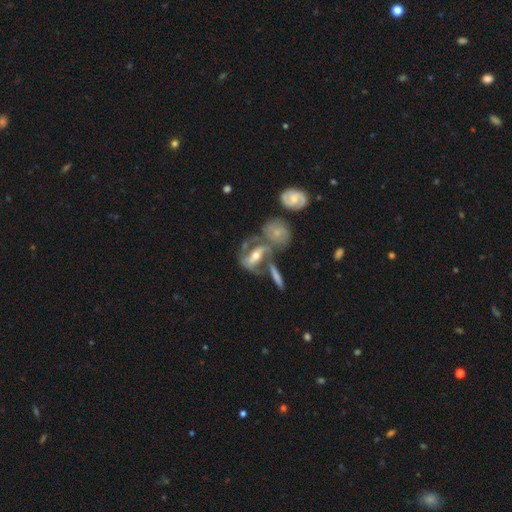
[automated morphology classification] The model was most divided on "bar" (2-way tie): strong: 34%, no: 34%, weak: 33%. Remaining: edge-on disk — no (86%); spiral arms — yes (74%); smooth or featured — featured or disk (72%); bulge size — moderate (60%); merging — merger (37%).